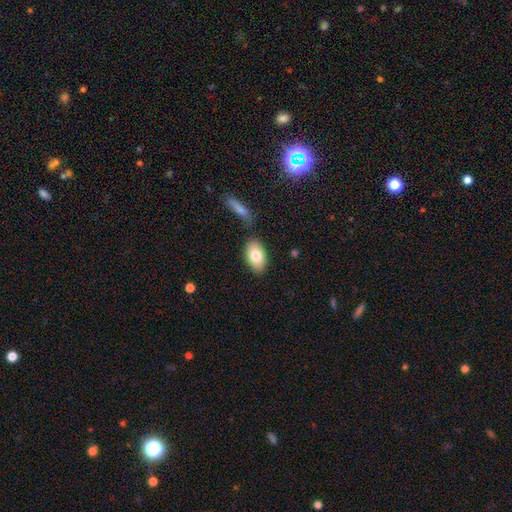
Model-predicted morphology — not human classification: Smooth or featured? Predicted: smooth (p=0.78). How rounded? Predicted: in between (p=0.92). Merging? Predicted: none (p=0.81).